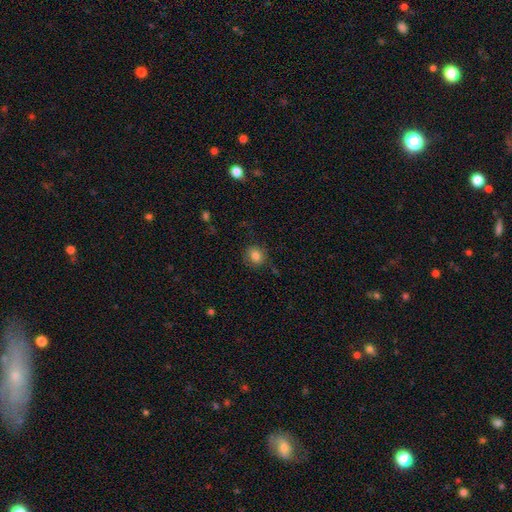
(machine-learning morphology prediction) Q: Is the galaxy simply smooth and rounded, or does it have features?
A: smooth — 82%.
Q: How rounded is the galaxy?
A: round — 78%.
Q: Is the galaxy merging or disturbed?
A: none — 78%.